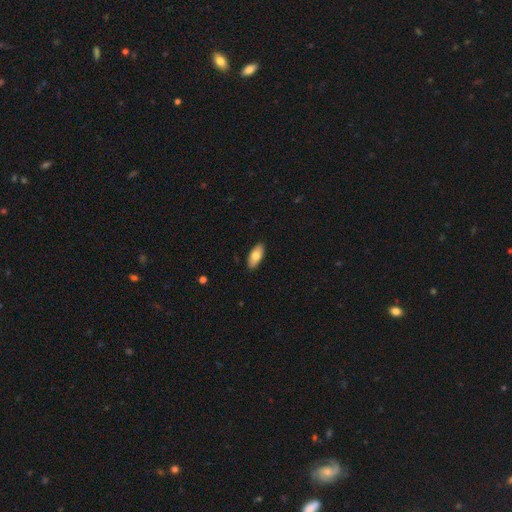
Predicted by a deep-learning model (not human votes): Q: Smooth or featured?
A: smooth (77%); runner-up: featured or disk (18%)
Q: How rounded?
A: in between (88%); runner-up: cigar-shaped (10%)
Q: Merging?
A: none (90%); runner-up: minor disturbance (8%)